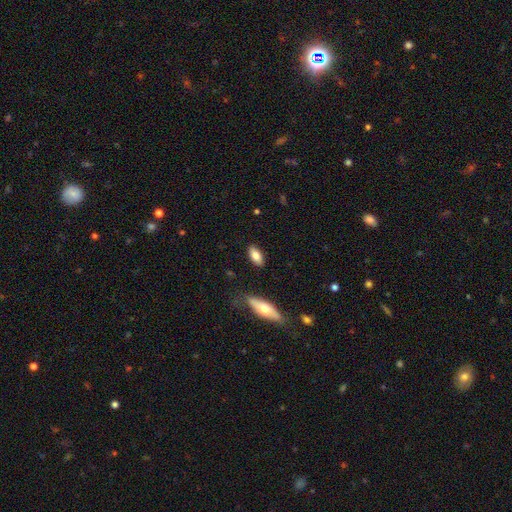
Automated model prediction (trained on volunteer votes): Overall: smooth (78%). How rounded: in between (87%). Merging: none (84%).